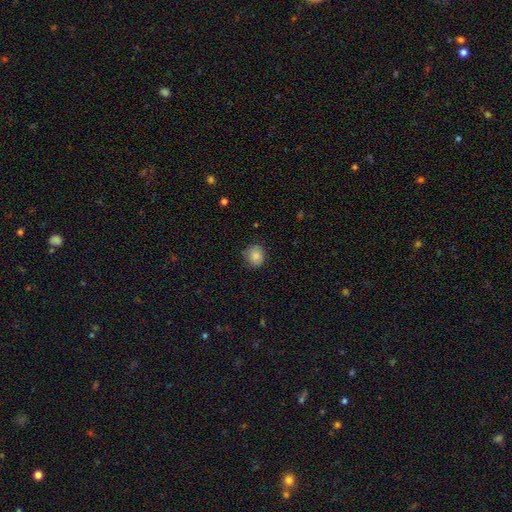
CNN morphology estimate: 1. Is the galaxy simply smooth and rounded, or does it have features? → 85% smooth, 9% star or artifact, 7% featured or disk.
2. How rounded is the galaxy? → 76% round, 23% in between, 1% cigar-shaped.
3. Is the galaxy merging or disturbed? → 82% none, 14% minor disturbance, 3% major disturbance, 1% merger.